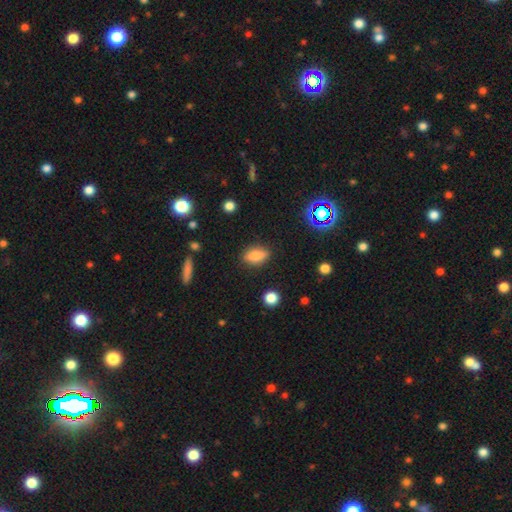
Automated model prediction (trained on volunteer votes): smooth 73%, featured or disk 16%, star or artifact 10%. Down the decision tree: how rounded — in between (72%); merging — none (84%).